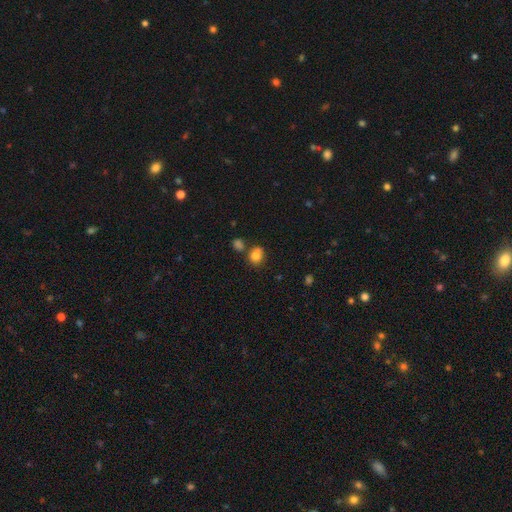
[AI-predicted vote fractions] A smooth galaxy with no disk features (79%) that is round (71%).

Vote fractions:
- Smooth or featured? smooth: 79% / star or artifact: 12% / featured or disk: 9%
- How rounded? round: 71% / in between: 28% / cigar-shaped: 1%
- Merging? none: 58% / merger: 22% / minor disturbance: 15% / major disturbance: 5%